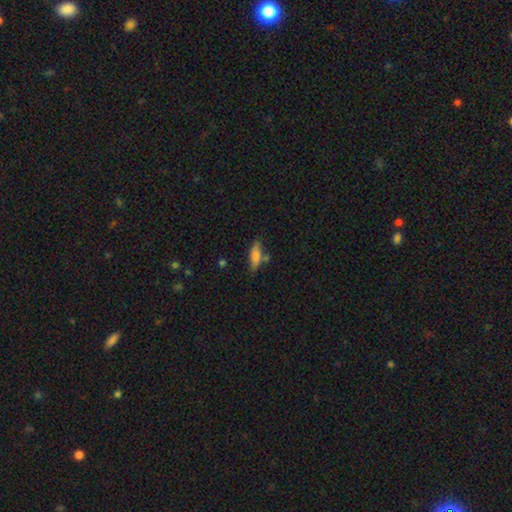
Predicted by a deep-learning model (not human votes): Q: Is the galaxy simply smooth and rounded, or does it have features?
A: smooth — 76%.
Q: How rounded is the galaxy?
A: in between — 51%.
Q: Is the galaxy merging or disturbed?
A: none — 67%.